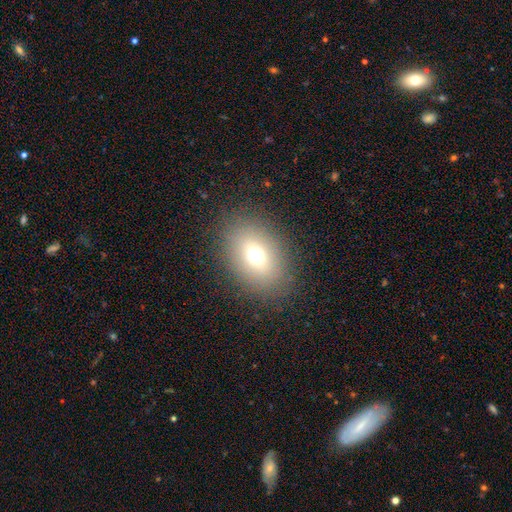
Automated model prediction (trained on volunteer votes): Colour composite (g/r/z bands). It shows a smooth galaxy with no disk features (67%) that is in between round and cigar-shaped (69%). Merging: none (84%).